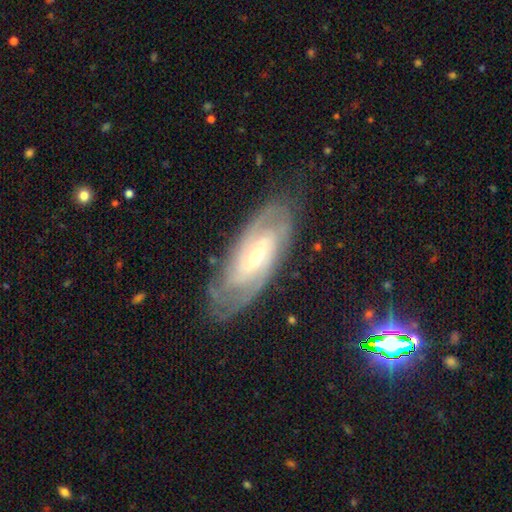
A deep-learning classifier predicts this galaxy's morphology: smooth_or_featured: featured or disk (p=0.85) [alt: smooth p=0.09]
disk_edge_on: no (p=0.91) [alt: yes p=0.09]
bar: no (p=0.44) [alt: weak p=0.37]
has_spiral_arms: yes (p=0.95) [alt: no p=0.05]
spiral_winding: tight (p=0.62) [alt: medium p=0.31]
spiral_arm_count: 2 (p=0.37) [alt: can't tell p=0.29]
bulge_size: small (p=0.59) [alt: moderate p=0.38]
merging: none (p=0.79) [alt: minor disturbance p=0.15]